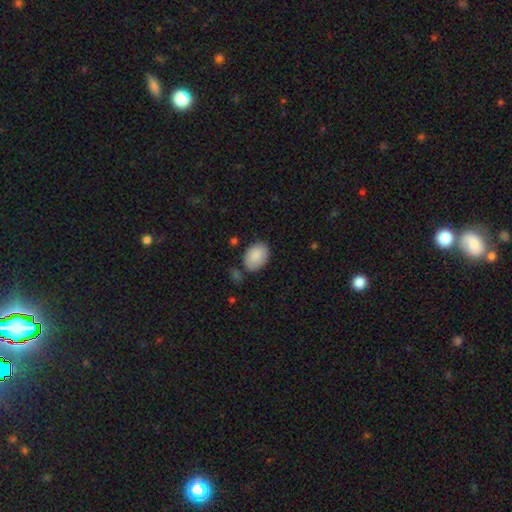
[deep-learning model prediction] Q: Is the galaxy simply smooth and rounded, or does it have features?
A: smooth — 88%.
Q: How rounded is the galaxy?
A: in between — 82%.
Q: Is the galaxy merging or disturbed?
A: none — 73%.